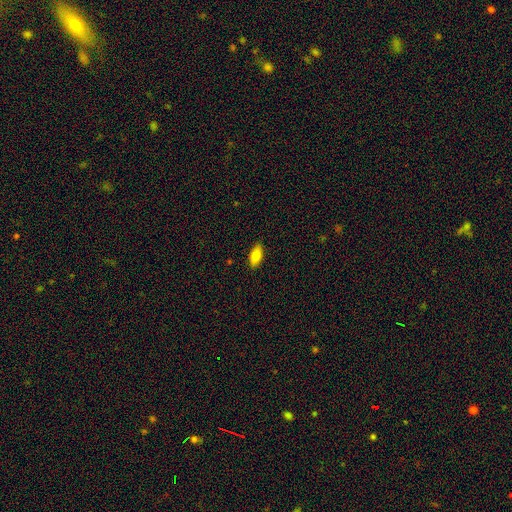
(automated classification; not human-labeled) Smooth or featured? Predicted: smooth (p=0.81). How rounded? Predicted: in between (p=0.84). Merging? Predicted: none (p=0.89).